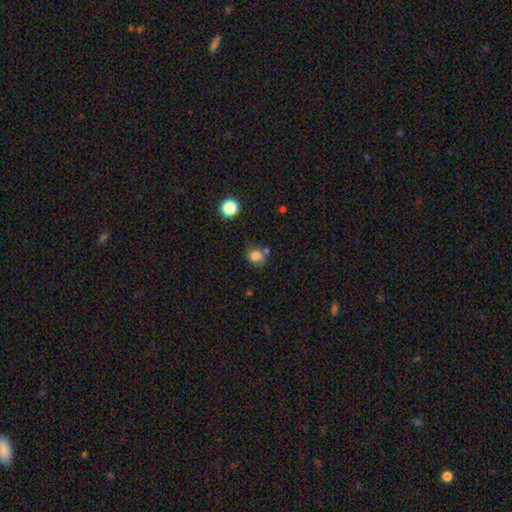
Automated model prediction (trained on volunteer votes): Smooth or featured: smooth — 81% (star or artifact — 12%)
How rounded: round — 73% (in between — 26%)
Merging: none — 60% (minor disturbance — 19%)